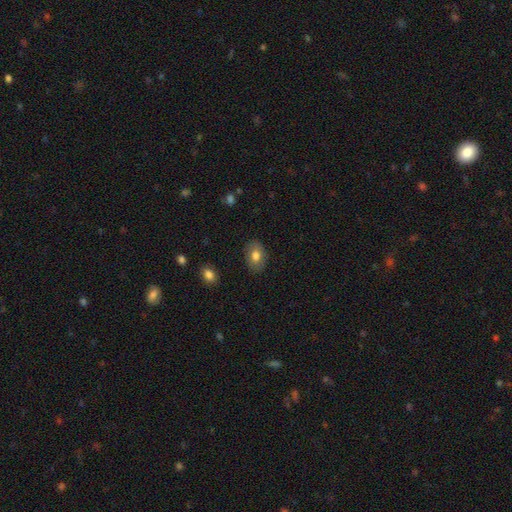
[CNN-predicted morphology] A smooth galaxy with no disk features (77%) that is in between round and cigar-shaped (80%).

Vote fractions:
- Smooth or featured? smooth: 77% / featured or disk: 15% / star or artifact: 8%
- How rounded? in between: 80% / round: 19% / cigar-shaped: 1%
- Merging? none: 85% / minor disturbance: 11% / major disturbance: 3% / merger: 1%